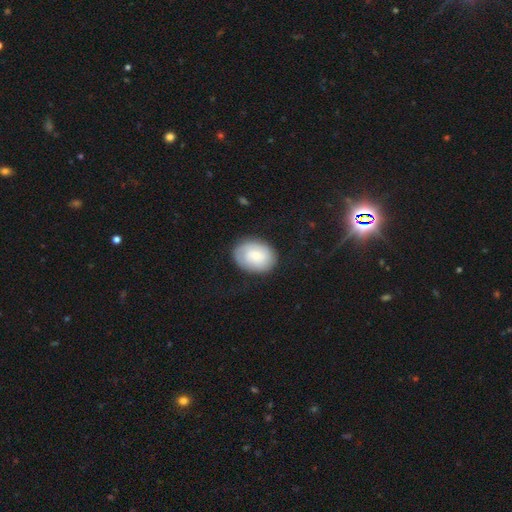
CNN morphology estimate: Smooth or featured?
  - smooth: 66% *
  - featured or disk: 27%
  - star or artifact: 7%
How rounded?
  - in between: 66% *
  - round: 33%
  - cigar-shaped: 1%
Merging?
  - none: 80% *
  - minor disturbance: 15%
  - major disturbance: 5%
  - merger: 1%